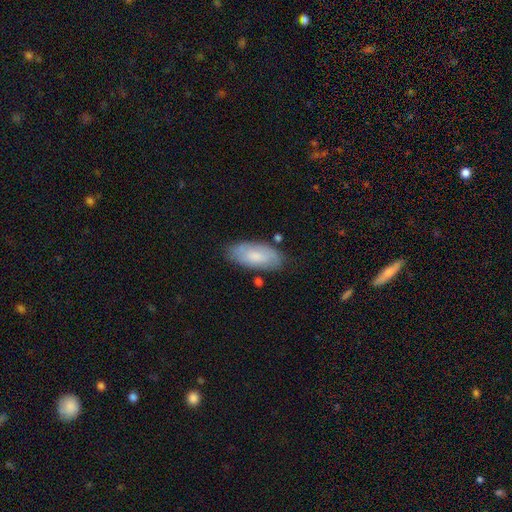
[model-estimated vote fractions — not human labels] This appears to be a smooth galaxy with no disk features (71%) that is in between round and cigar-shaped (88%). Merging: none (75%).